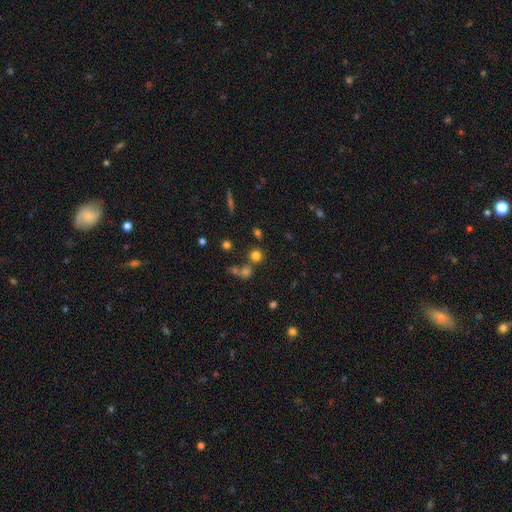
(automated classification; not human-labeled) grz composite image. It shows a smooth galaxy with no disk features (74%) that is round (90%). Merging: none (70%).